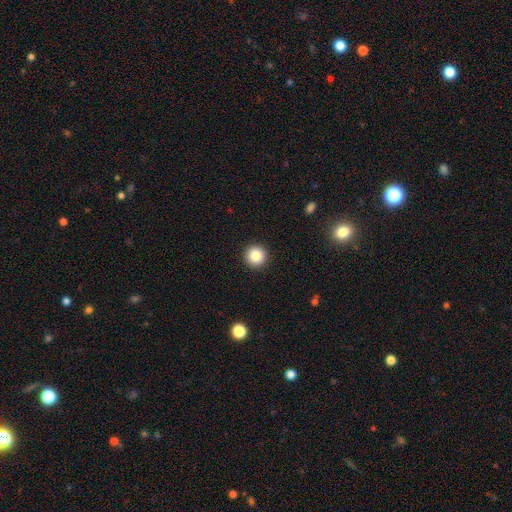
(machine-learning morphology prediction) Overall: smooth (85%). How rounded: round (96%). Merging: none (93%).